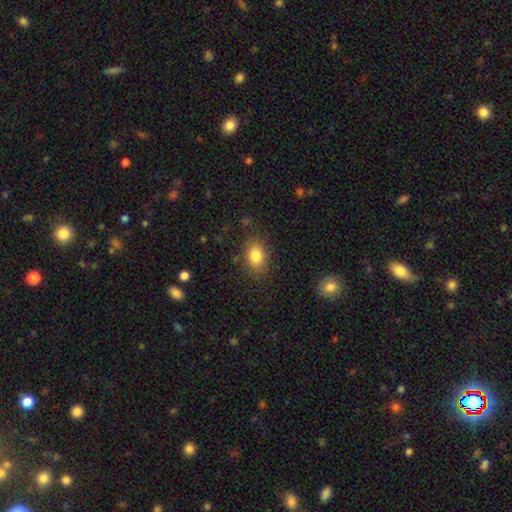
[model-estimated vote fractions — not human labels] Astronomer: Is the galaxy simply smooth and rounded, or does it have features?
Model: smooth — 83%.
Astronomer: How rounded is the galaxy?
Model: in between — 74%.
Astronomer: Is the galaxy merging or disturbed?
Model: none — 81%.